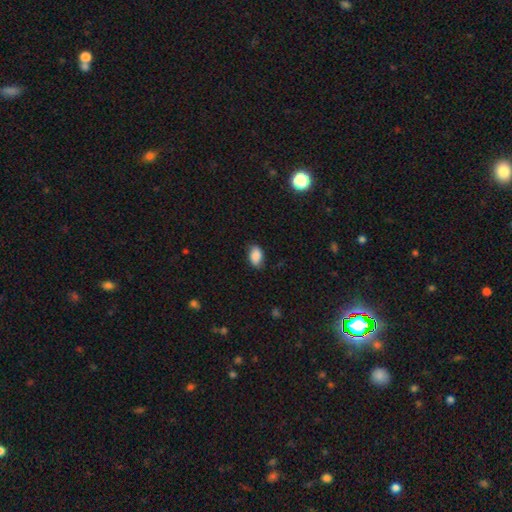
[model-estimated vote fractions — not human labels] smooth_or_featured: smooth (p=0.85) [alt: star or artifact p=0.08]
how_rounded: in between (p=0.88) [alt: round p=0.10]
merging: none (p=0.76) [alt: minor disturbance p=0.19]